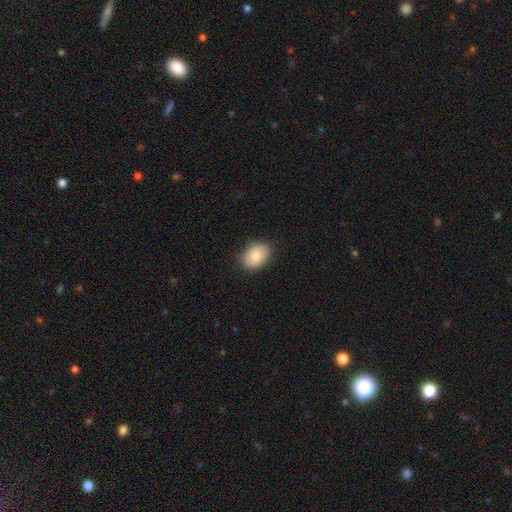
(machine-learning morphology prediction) type=smooth (83%); roundness=in between (75%); merging=none (86%).